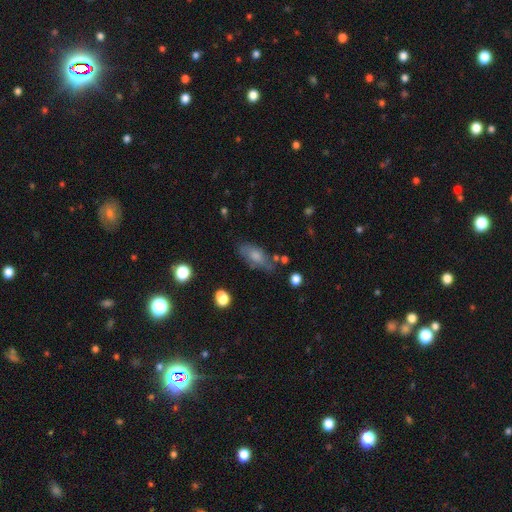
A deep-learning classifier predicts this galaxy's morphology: Smooth or featured?
  - smooth: 68% *
  - featured or disk: 23%
  - star or artifact: 9%
How rounded?
  - in between: 83% *
  - cigar-shaped: 12%
  - round: 5%
Merging?
  - none: 58% *
  - minor disturbance: 27%
  - major disturbance: 10%
  - merger: 6%